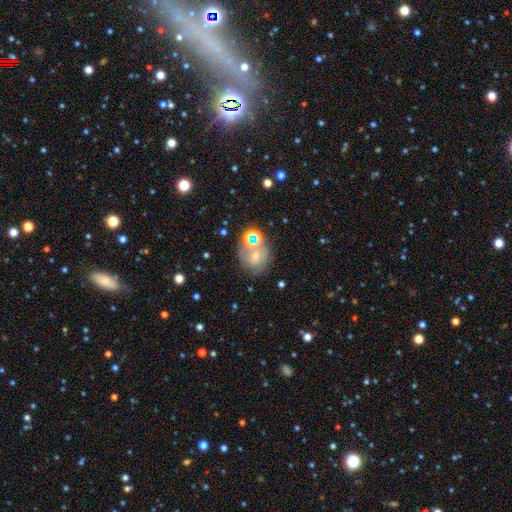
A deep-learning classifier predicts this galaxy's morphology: Smooth or featured? Predicted: featured or disk (p=0.45). Merging? Predicted: none (p=0.54).